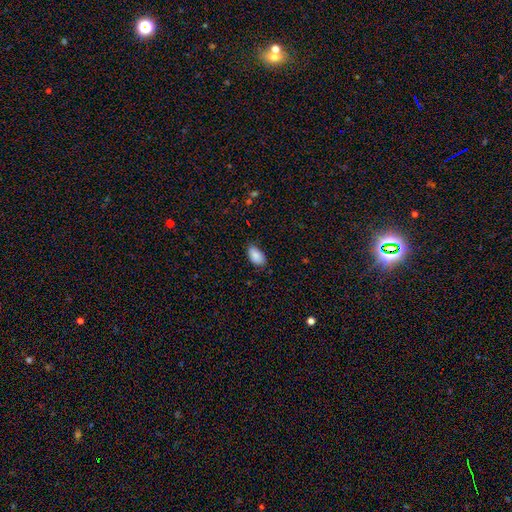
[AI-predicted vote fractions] This appears to be a smooth galaxy with no disk features (89%) that is in between round and cigar-shaped (94%). Merging: none (77%).